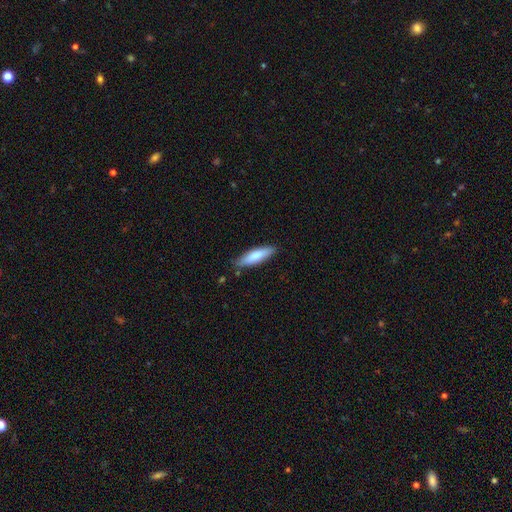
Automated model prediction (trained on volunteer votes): Smooth or featured?
  - smooth: 78% *
  - featured or disk: 17%
  - star or artifact: 5%
How rounded?
  - cigar-shaped: 68% *
  - in between: 30%
  - round: 1%
Merging?
  - none: 83% *
  - minor disturbance: 13%
  - major disturbance: 2%
  - merger: 2%